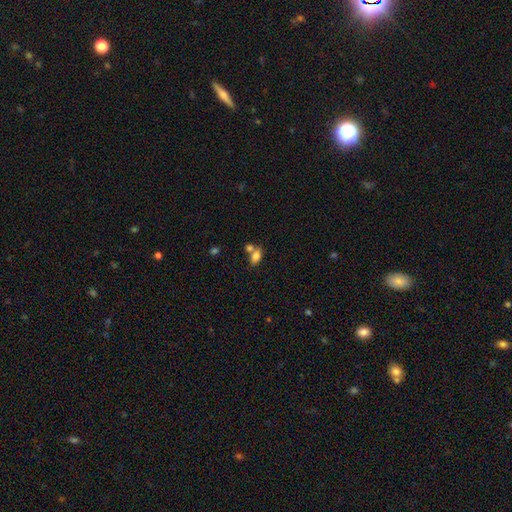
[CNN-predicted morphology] A smooth galaxy with no disk features (78%) that is in between round and cigar-shaped (86%).

Vote fractions:
- Smooth or featured? smooth: 78% / featured or disk: 12% / star or artifact: 10%
- How rounded? in between: 86% / round: 9% / cigar-shaped: 5%
- Merging? none: 43% / merger: 42% / minor disturbance: 11% / major disturbance: 4%